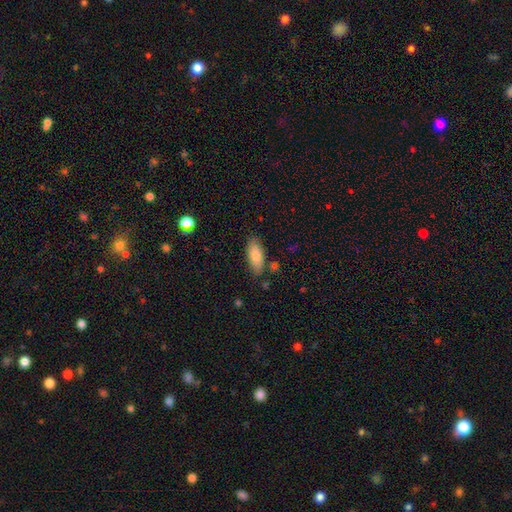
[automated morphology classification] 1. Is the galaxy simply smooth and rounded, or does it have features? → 80% smooth, 13% featured or disk, 7% star or artifact.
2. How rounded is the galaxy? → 83% in between, 15% cigar-shaped, 2% round.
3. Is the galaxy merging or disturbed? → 79% none, 14% minor disturbance, 4% merger, 3% major disturbance.